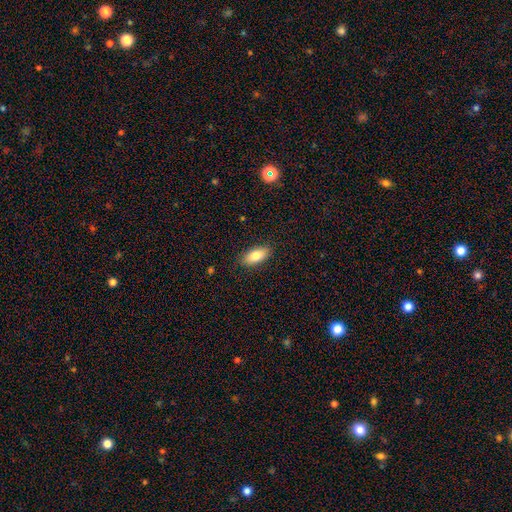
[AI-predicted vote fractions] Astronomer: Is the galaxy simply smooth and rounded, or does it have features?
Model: smooth — 81%.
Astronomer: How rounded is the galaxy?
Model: in between — 85%.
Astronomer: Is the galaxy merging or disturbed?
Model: none — 87%.